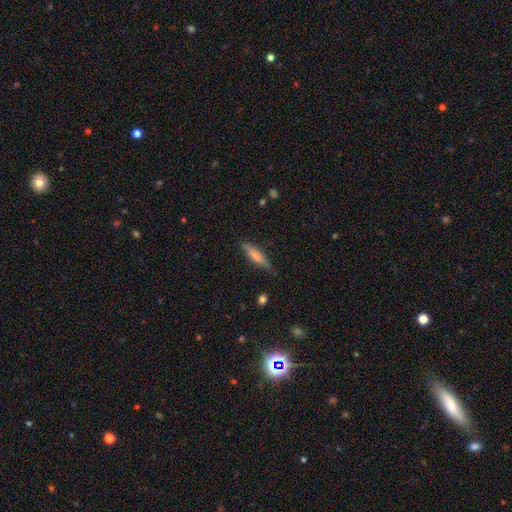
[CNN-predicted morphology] smooth 63%, featured or disk 30%, star or artifact 7%. Down the decision tree: how rounded — cigar-shaped (72%); merging — none (75%).